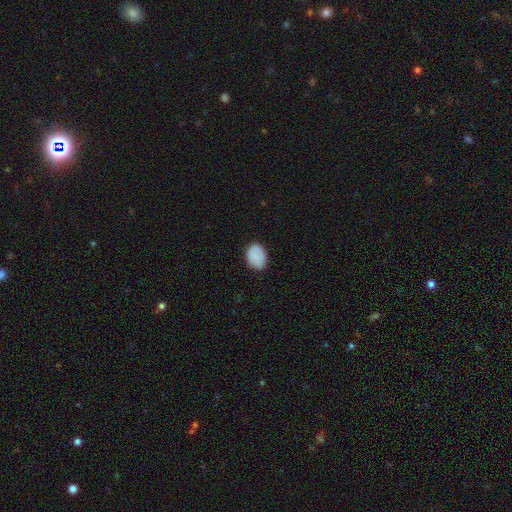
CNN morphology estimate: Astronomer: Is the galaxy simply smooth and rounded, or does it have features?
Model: smooth — 86%.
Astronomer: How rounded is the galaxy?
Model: in between — 71%.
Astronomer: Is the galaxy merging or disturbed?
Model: none — 83%.